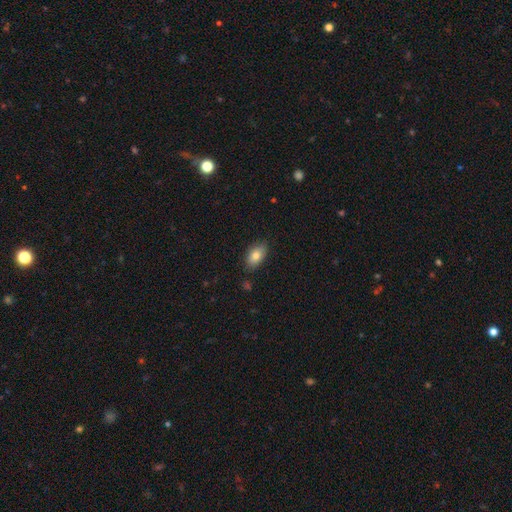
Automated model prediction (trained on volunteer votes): A smooth galaxy with no disk features (80%) that is in between round and cigar-shaped (90%).

Vote fractions:
- Smooth or featured? smooth: 80% / featured or disk: 12% / star or artifact: 8%
- How rounded? in between: 90% / round: 7% / cigar-shaped: 3%
- Merging? none: 82% / minor disturbance: 14% / major disturbance: 2% / merger: 2%